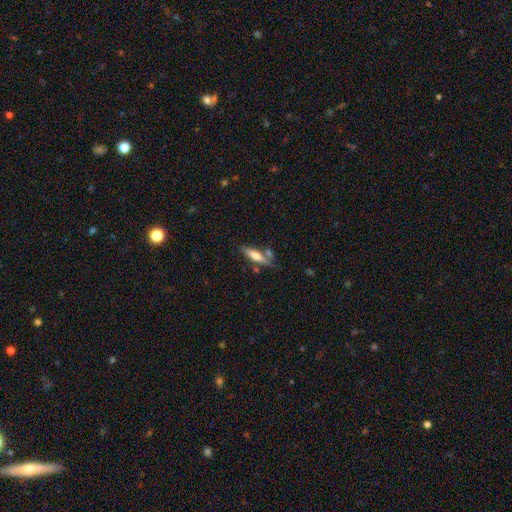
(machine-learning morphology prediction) type=smooth (60%); roundness=cigar-shaped (71%); merging=none (65%).